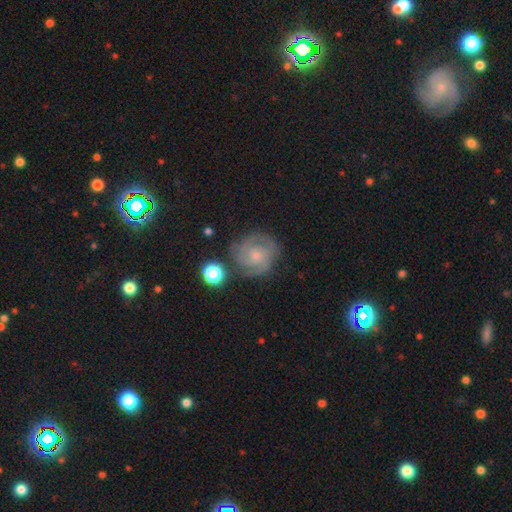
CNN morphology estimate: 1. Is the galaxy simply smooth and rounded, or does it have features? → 80% featured or disk, 13% smooth, 7% star or artifact.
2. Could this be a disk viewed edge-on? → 98% no, 2% yes.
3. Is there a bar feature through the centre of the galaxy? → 69% no, 26% weak, 4% strong.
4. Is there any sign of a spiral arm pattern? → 96% yes, 4% no.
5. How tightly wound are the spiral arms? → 61% tight, 33% medium, 6% loose.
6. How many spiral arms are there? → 36% 2, 34% 3, 16% can't tell, 6% 4, 4% 1, 4% more than 4.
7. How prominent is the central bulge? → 61% small, 28% moderate, 8% none, 2% large, 1% dominant.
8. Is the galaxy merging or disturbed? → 74% none, 16% minor disturbance, 6% major disturbance, 4% merger.